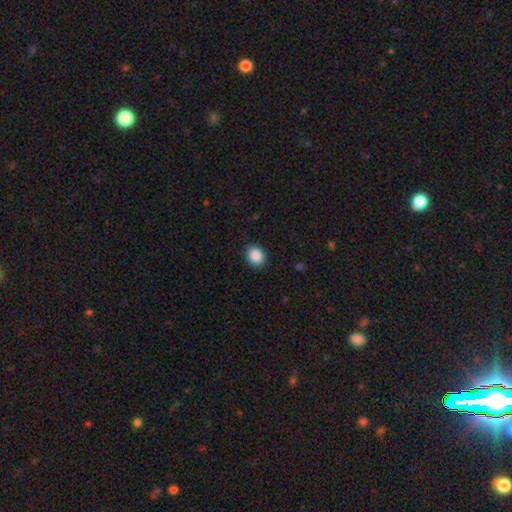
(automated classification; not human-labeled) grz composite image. It shows a smooth galaxy with no disk features (89%) that is round (64%). Merging: none (88%).